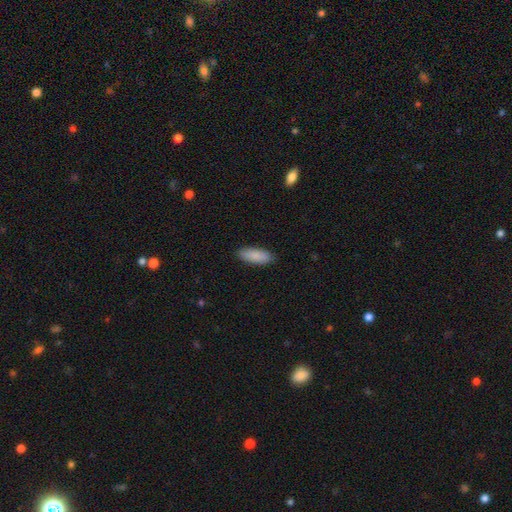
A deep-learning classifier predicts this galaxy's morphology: This is clearly a smooth galaxy (89%). How rounded: likely in between (74%). Merging: clearly none (89%).